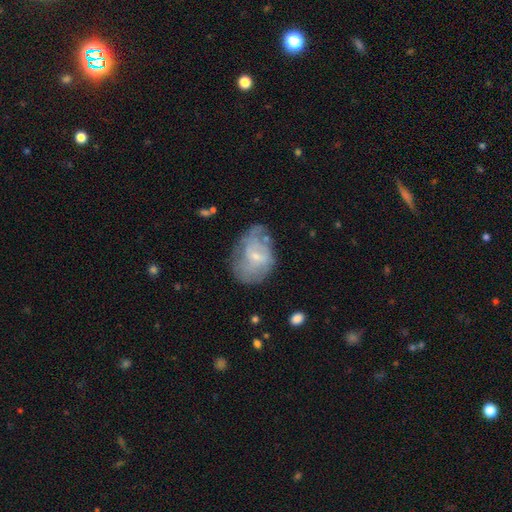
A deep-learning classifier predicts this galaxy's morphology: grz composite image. It shows a featured or disk galaxy (51%). Merging: none (43%).